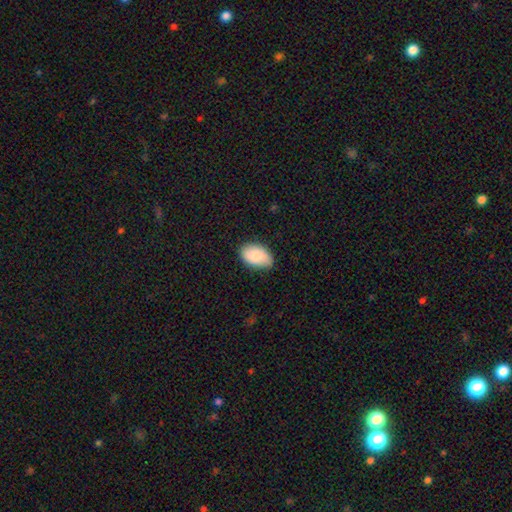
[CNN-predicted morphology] Smooth or featured?
  - smooth: 82% *
  - featured or disk: 11%
  - star or artifact: 6%
How rounded?
  - in between: 91% *
  - round: 7%
  - cigar-shaped: 1%
Merging?
  - none: 78% *
  - minor disturbance: 18%
  - major disturbance: 3%
  - merger: 1%